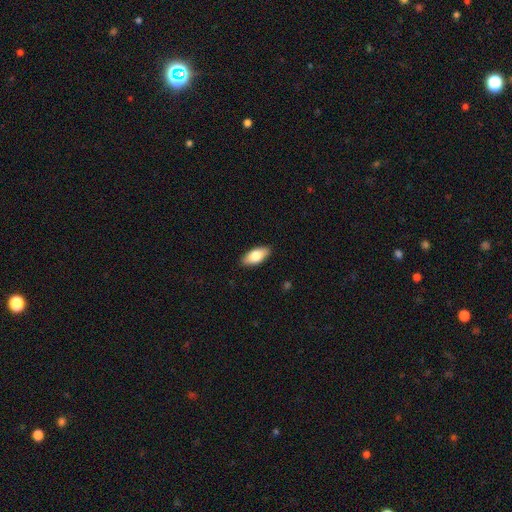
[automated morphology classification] A smooth galaxy with no disk features (78%) that is in between round and cigar-shaped (87%).

Vote fractions:
- Smooth or featured? smooth: 78% / featured or disk: 16% / star or artifact: 6%
- How rounded? in between: 87% / cigar-shaped: 10% / round: 3%
- Merging? none: 89% / minor disturbance: 9% / major disturbance: 2% / merger: 1%